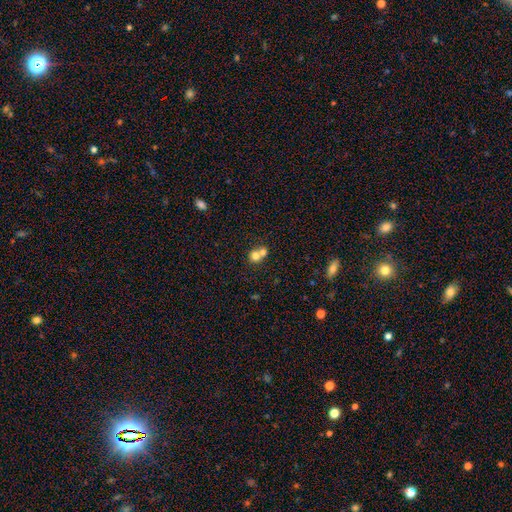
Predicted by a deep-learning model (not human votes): This appears to be a smooth galaxy with no disk features (74%) that is round (80%). Merging: merger (62%).